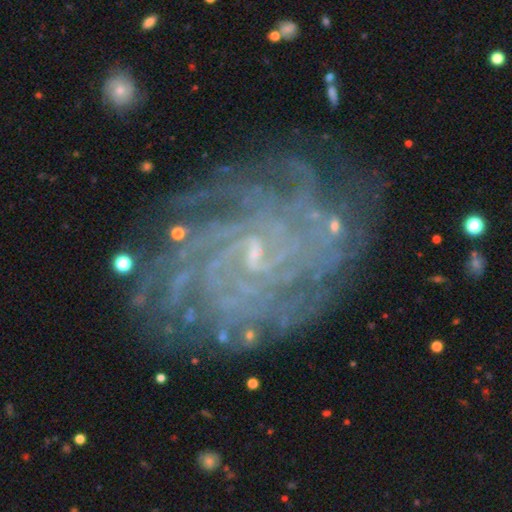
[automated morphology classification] smooth-or-featured: featured or disk: 83% | star or artifact: 10% | smooth: 7%
  disk-edge-on: no: 97% | yes: 3%
    bar: no: 63% | weak: 29% | strong: 8%
    has-spiral-arms: yes: 96% | no: 4%
      spiral-winding: tight: 76% | medium: 19% | loose: 5%
      spiral-arm-count: more than 4: 32% | can't tell: 26% | 4: 15% | 3: 10% | 2: 9% | 1: 9%
    bulge-size: small: 84% | moderate: 9% | none: 5% | large: 1% | dominant: 1%
  merging: none: 80% | minor disturbance: 13% | major disturbance: 5% | merger: 2%